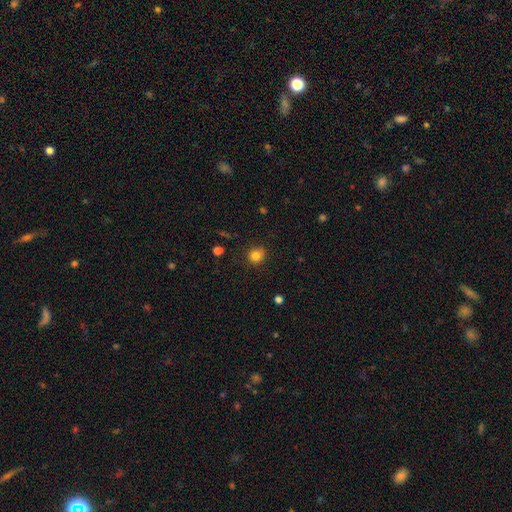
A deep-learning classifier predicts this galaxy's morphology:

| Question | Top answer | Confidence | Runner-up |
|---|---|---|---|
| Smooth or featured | smooth | 83% | star or artifact (12%) |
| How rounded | round | 86% | in between (13%) |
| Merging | none | 83% | minor disturbance (12%) |